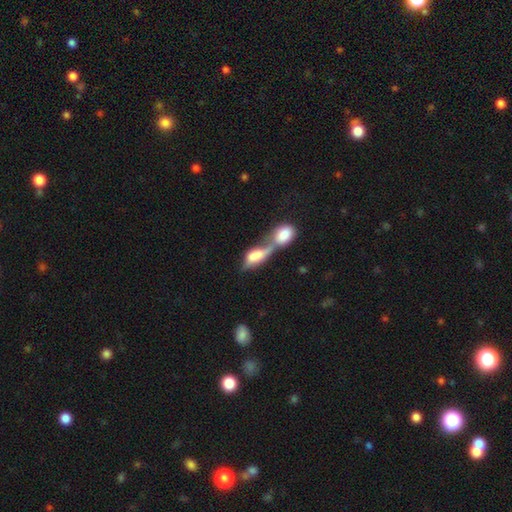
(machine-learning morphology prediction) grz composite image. It shows a smooth galaxy with no disk features (68%) that is in between round and cigar-shaped (79%). Merging: merger (78%).